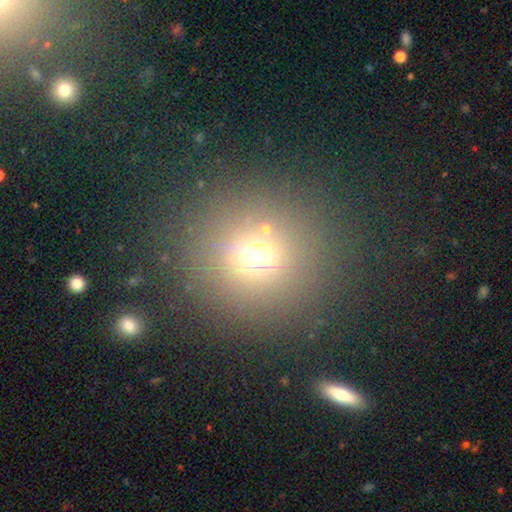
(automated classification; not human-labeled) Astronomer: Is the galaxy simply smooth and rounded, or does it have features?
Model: smooth — 67%.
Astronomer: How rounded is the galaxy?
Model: round — 93%.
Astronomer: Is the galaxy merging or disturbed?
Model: none — 82%.